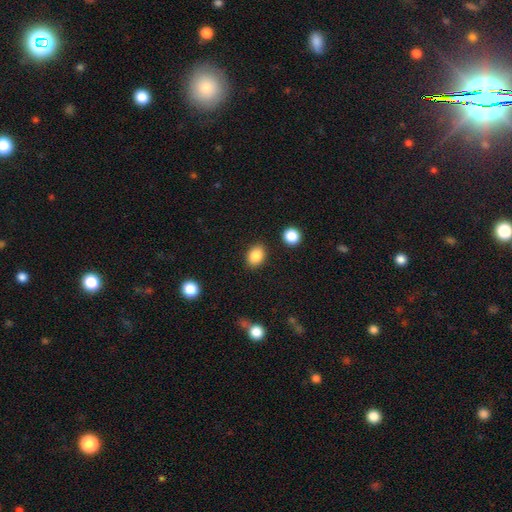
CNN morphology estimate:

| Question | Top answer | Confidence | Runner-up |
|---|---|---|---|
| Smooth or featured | smooth | 85% | star or artifact (9%) |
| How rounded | in between | 67% | round (31%) |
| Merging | none | 87% | minor disturbance (8%) |